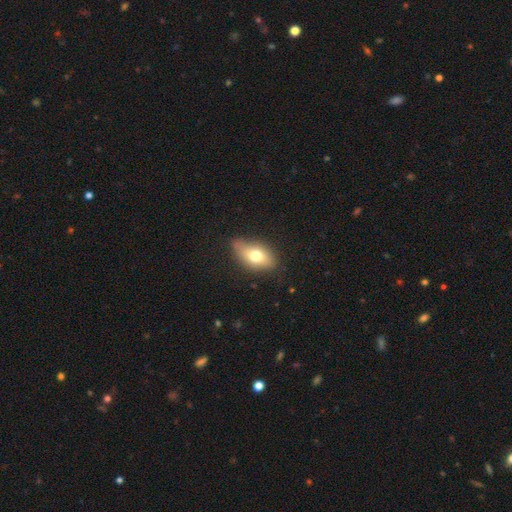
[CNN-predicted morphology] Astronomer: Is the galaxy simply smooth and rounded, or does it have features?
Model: smooth — 69%.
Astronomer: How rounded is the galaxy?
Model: in between — 86%.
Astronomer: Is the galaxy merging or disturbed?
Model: none — 66%.